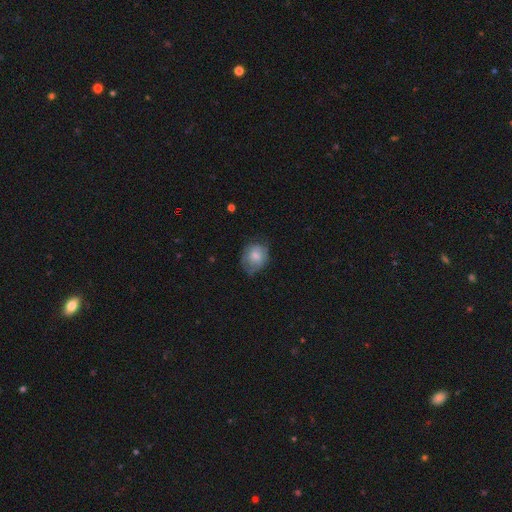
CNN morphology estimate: This is likely a smooth galaxy (68%). How rounded: possibly round (56%). Merging: possibly none (58%).